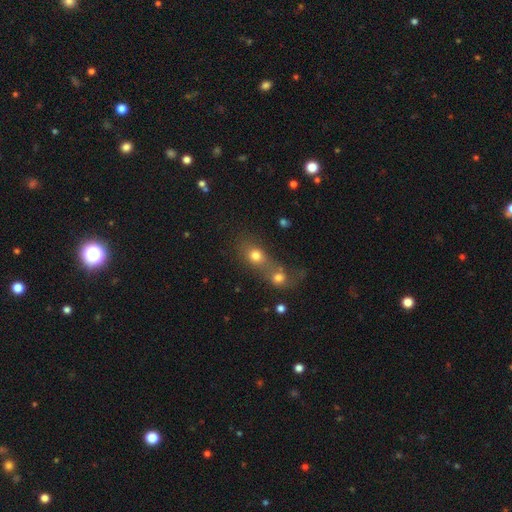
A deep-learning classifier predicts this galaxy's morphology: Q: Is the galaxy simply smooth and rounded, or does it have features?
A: smooth — 74%.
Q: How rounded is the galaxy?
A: round — 63%.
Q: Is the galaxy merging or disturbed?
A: merger — 65%.